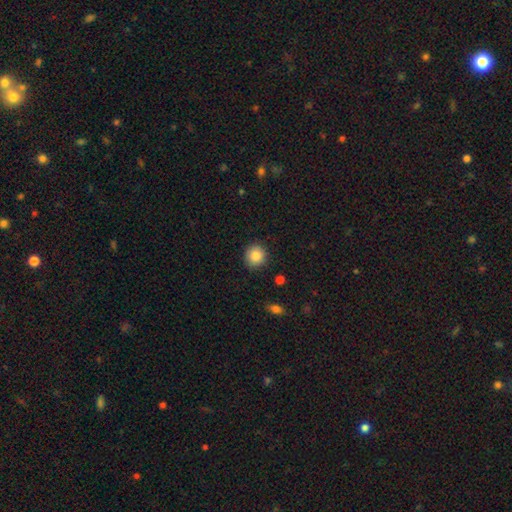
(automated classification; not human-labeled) A smooth galaxy with no disk features (86%) that is round (90%). Merging: none (89%).